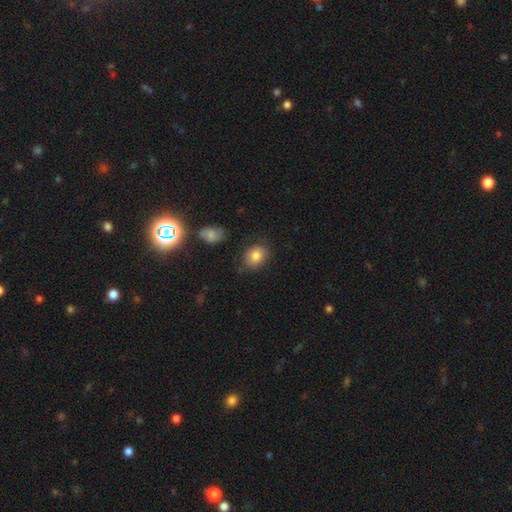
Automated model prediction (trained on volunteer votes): This is clearly a smooth galaxy (82%). How rounded: possibly in between (55%). Merging: likely none (74%).